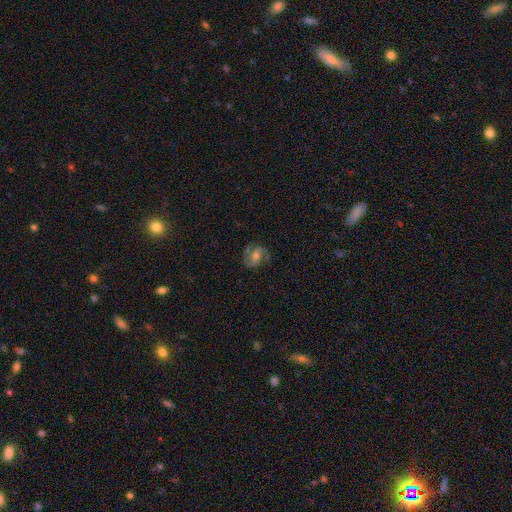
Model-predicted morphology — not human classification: featured or disk 64%, smooth 25%, star or artifact 10%. Down the decision tree: edge-on disk — no (97%); bar — weak (42%); spiral arms — yes (90%); spiral arm count — 2 (83%); spiral winding — medium (50%); bulge size — moderate (59%); merging — none (73%).